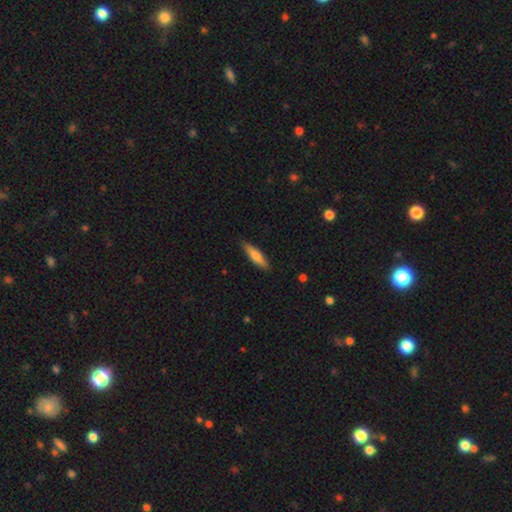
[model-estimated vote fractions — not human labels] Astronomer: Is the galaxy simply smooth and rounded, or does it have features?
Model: smooth — 68%.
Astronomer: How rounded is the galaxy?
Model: cigar-shaped — 73%.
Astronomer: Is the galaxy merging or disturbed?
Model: none — 87%.